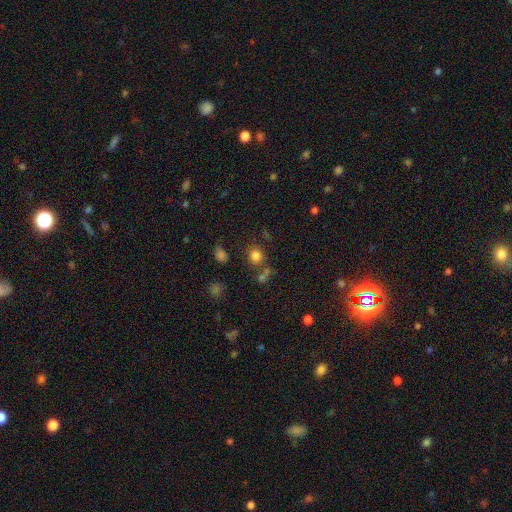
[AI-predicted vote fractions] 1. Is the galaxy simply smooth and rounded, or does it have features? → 78% smooth, 15% star or artifact, 7% featured or disk.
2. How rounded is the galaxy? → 84% round, 15% in between, 1% cigar-shaped.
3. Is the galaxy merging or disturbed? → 71% none, 14% merger, 10% minor disturbance, 5% major disturbance.